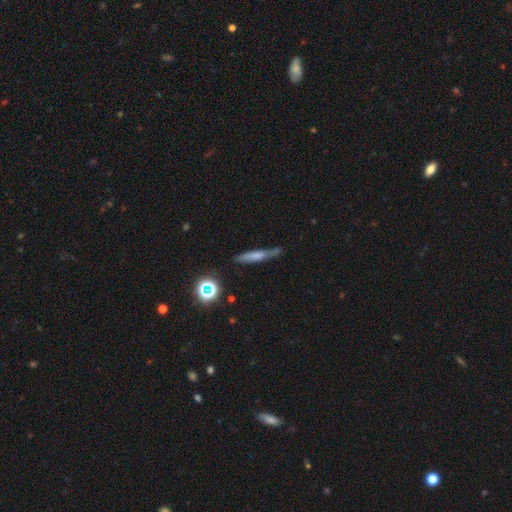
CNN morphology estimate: A smooth galaxy with no disk features (53%) that is cigar-shaped (85%).

Vote fractions:
- Smooth or featured? smooth: 53% / featured or disk: 34% / star or artifact: 13%
- How rounded? cigar-shaped: 85% / in between: 11% / round: 4%
- Merging? none: 64% / minor disturbance: 23% / major disturbance: 7% / merger: 6%